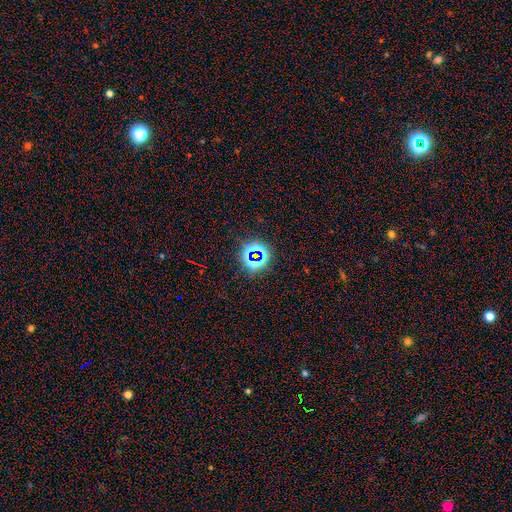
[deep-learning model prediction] smooth_or_featured: star or artifact (p=0.73) [alt: smooth p=0.18]